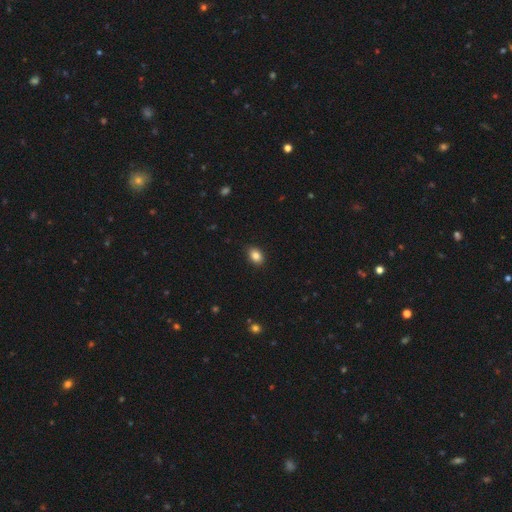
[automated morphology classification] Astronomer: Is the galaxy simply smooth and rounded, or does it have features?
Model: smooth — 85%.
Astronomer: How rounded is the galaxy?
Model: in between — 73%.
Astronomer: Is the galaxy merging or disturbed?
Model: none — 88%.